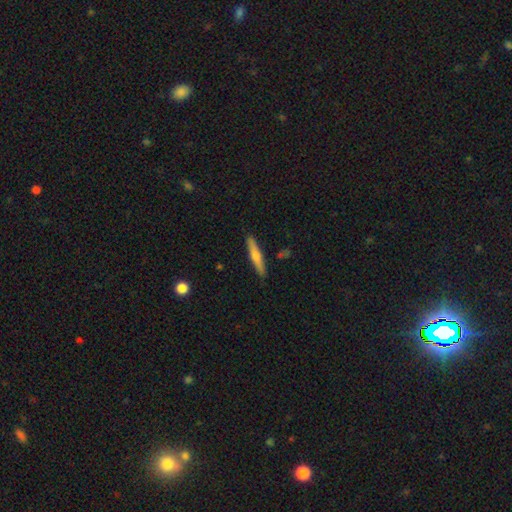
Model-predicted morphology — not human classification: smooth_or_featured: smooth (p=0.49) [alt: featured or disk p=0.46]
merging: none (p=0.89) [alt: minor disturbance p=0.08]